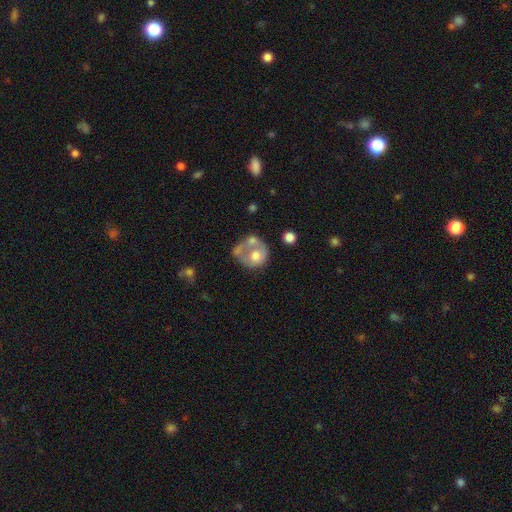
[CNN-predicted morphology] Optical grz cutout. It shows a smooth galaxy with no disk features (48%). Merging: none (28%, tied with merger).